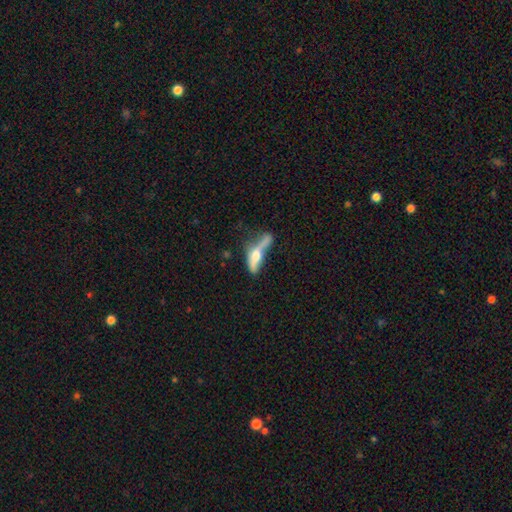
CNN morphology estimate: Smooth or featured? Predicted: smooth (p=0.51). How rounded? Predicted: cigar-shaped (p=0.58). Merging? Predicted: merger (p=0.29).